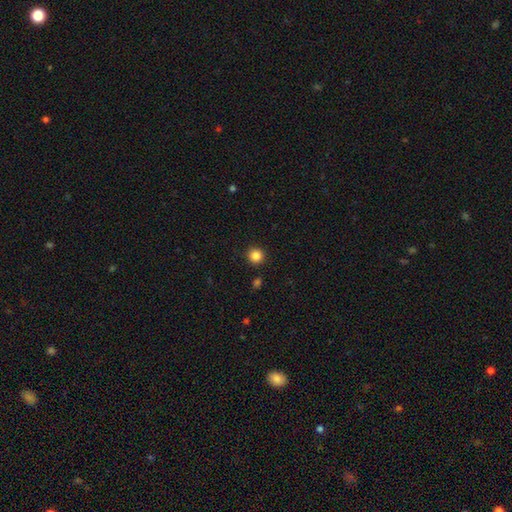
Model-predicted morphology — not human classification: smooth 85%, star or artifact 11%, featured or disk 4%. Down the decision tree: how rounded — round (95%); merging — none (92%).